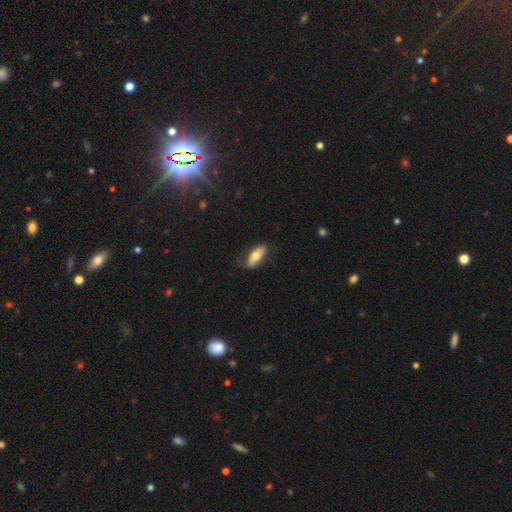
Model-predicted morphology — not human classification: smooth-or-featured: smooth: 64% | featured or disk: 30% | star or artifact: 6%
  how-rounded: in between: 72% | cigar-shaped: 25% | round: 3%
  merging: none: 75% | minor disturbance: 19% | major disturbance: 4% | merger: 1%